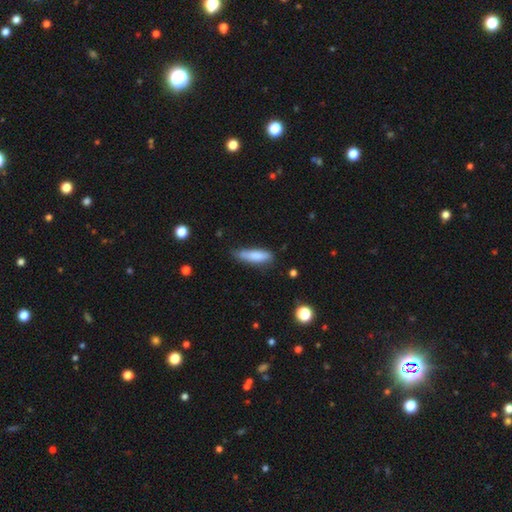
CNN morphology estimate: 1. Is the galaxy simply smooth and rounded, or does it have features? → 81% smooth, 13% featured or disk, 6% star or artifact.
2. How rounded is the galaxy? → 61% cigar-shaped, 37% in between, 2% round.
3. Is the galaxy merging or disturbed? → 60% none, 31% minor disturbance, 6% major disturbance, 3% merger.